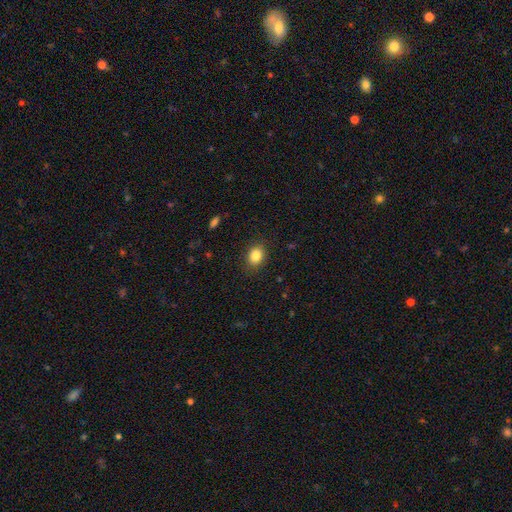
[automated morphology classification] type=smooth (84%); roundness=in between (54%); merging=none (87%).